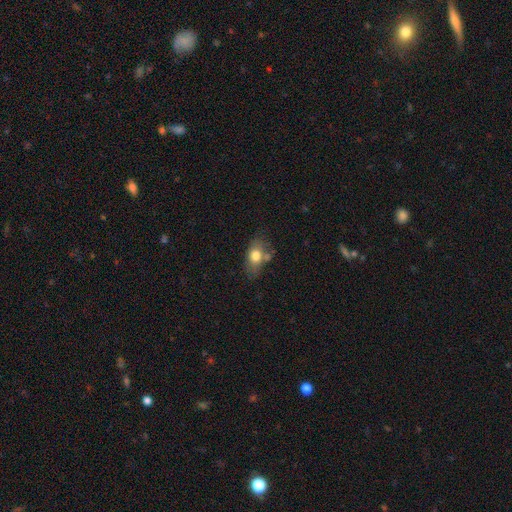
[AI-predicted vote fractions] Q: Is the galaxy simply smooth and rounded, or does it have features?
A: smooth — 74%.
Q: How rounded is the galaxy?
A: in between — 81%.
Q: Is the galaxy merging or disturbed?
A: none — 55%.